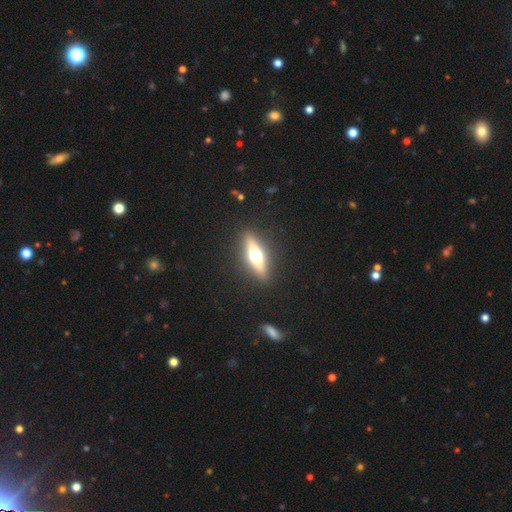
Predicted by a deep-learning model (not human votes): This is possibly a featured or disk galaxy (59%). It is clearly viewed edge-on (92%). Edge-on bulge: clearly rounded (95%). Merging: clearly none (89%).